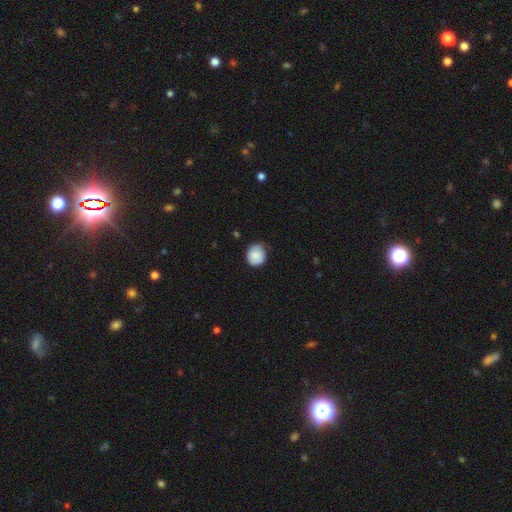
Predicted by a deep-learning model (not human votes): The model was most divided on "merging": none: 66%, minor disturbance: 28%, major disturbance: 4%, merger: 1%. More confident: smooth or featured — smooth (81%); how rounded — round (75%).